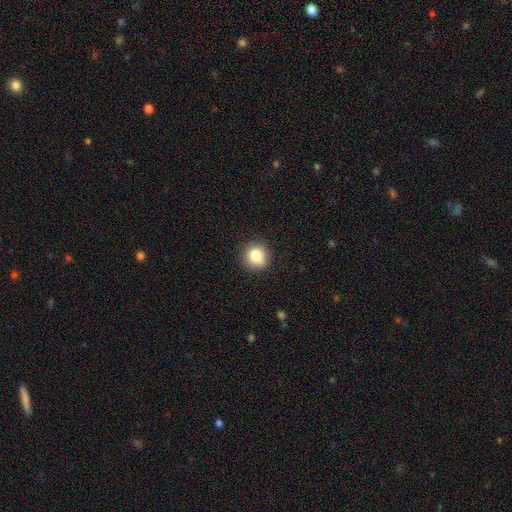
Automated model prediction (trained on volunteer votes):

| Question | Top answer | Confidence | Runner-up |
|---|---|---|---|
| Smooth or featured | smooth | 83% | star or artifact (10%) |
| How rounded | round | 89% | in between (10%) |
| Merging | none | 89% | minor disturbance (8%) |